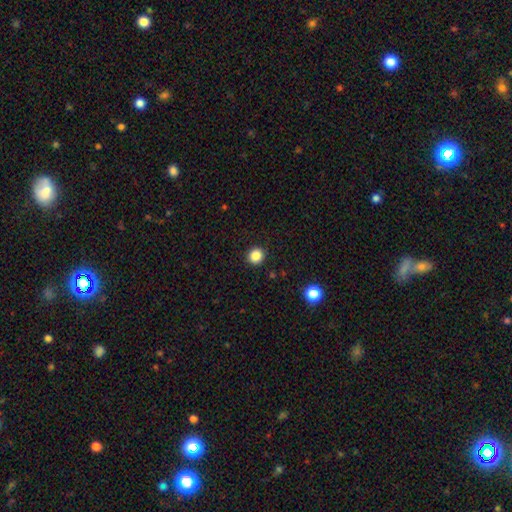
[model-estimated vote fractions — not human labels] A smooth galaxy with no disk features (85%) that is round (90%).

Vote fractions:
- Smooth or featured? smooth: 85% / star or artifact: 11% / featured or disk: 4%
- How rounded? round: 90% / in between: 9% / cigar-shaped: 1%
- Merging? none: 92% / minor disturbance: 5% / major disturbance: 2% / merger: 1%